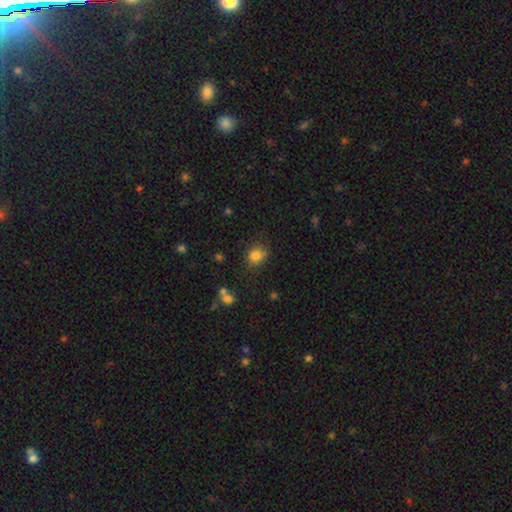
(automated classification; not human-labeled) Smooth or featured? Predicted: smooth (p=0.83). How rounded? Predicted: round (p=0.78). Merging? Predicted: none (p=0.83).